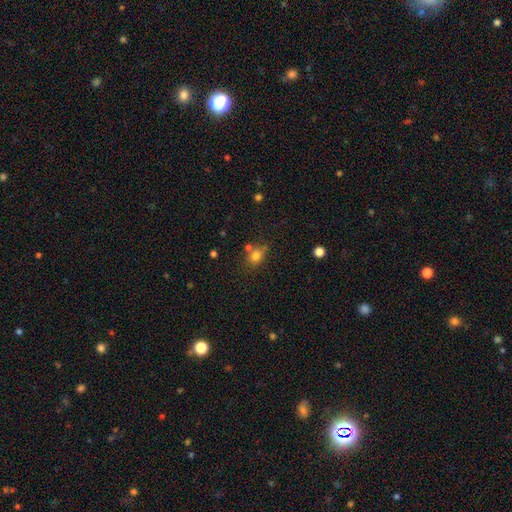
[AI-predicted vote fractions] A smooth galaxy with no disk features (77%) that is round (54%).

Vote fractions:
- Smooth or featured? smooth: 77% / star or artifact: 13% / featured or disk: 9%
- How rounded? round: 54% / in between: 44% / cigar-shaped: 2%
- Merging? none: 57% / merger: 20% / minor disturbance: 17% / major disturbance: 6%